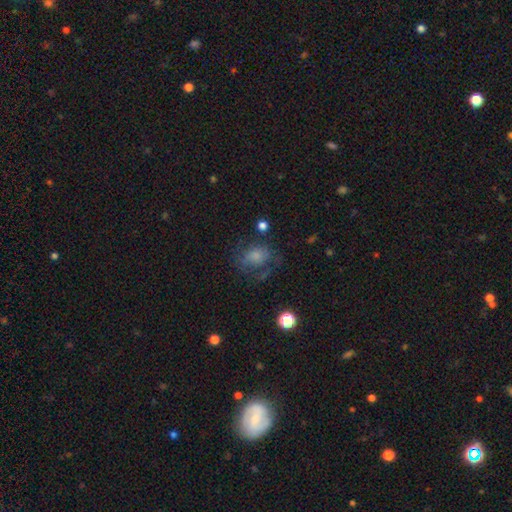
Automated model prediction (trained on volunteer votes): Smooth or featured?
  - smooth: 46% *
  - featured or disk: 34%
  - star or artifact: 20%
Merging?
  - none: 52% *
  - major disturbance: 23%
  - minor disturbance: 22%
  - merger: 3%